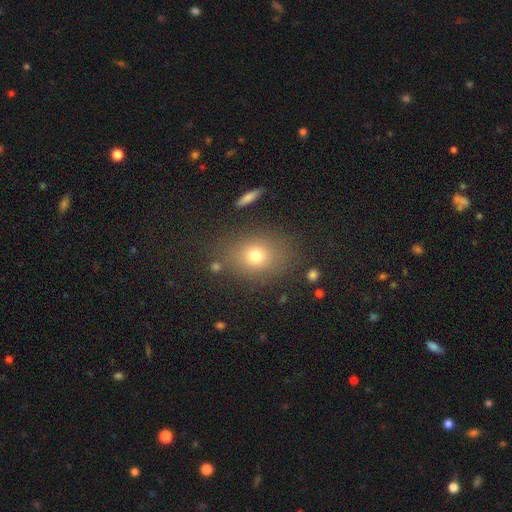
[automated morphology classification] The model was most divided on "how rounded": round: 53%, in between: 46%, cigar-shaped: 2%. More confident: merging — none (80%); smooth or featured — smooth (73%).